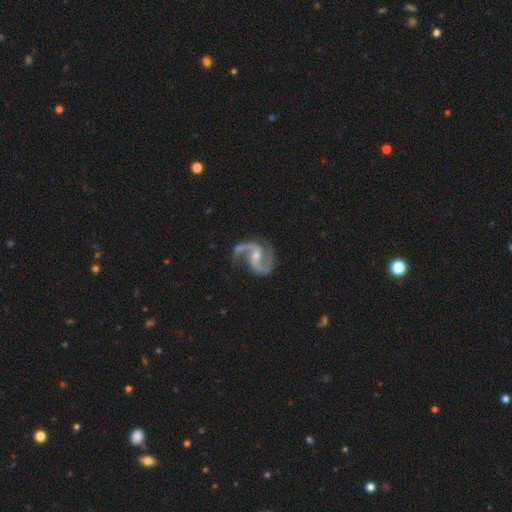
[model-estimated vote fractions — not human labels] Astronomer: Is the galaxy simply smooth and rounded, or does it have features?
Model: featured or disk — 93%.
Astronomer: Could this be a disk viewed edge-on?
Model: no — 98%.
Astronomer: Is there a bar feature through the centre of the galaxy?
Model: weak — 43% (runner-up: no, 34%).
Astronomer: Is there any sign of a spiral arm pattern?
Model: yes — 98%.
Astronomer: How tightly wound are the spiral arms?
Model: medium — 56% (runner-up: loose, 32%).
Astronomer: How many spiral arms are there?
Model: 2 — 93%.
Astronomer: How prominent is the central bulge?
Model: small — 52% (runner-up: moderate, 43%).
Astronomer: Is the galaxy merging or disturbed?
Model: none — 71%.